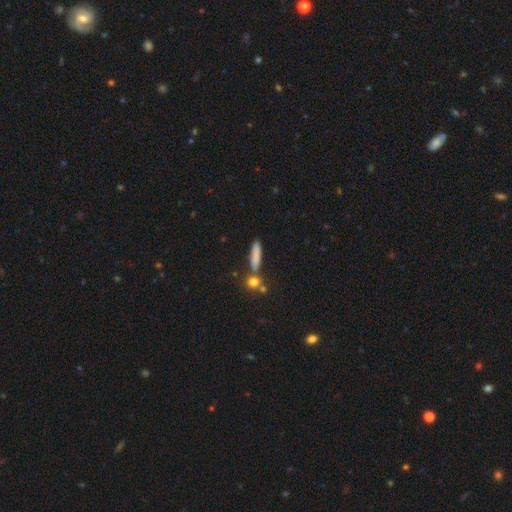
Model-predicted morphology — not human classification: Q: Smooth or featured?
A: smooth (81%); runner-up: featured or disk (11%)
Q: How rounded?
A: cigar-shaped (78%); runner-up: in between (18%)
Q: Merging?
A: none (75%); runner-up: minor disturbance (12%)